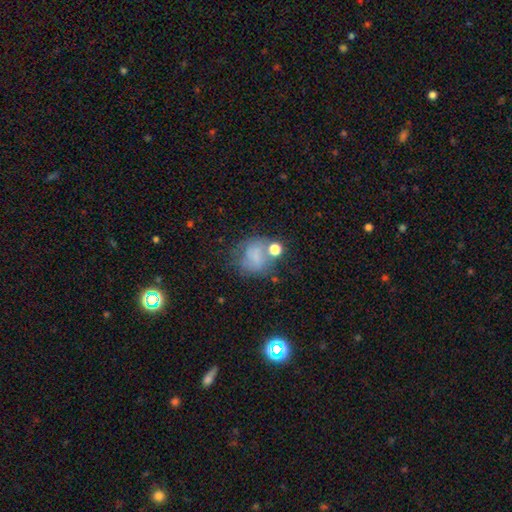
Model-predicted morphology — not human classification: smooth-or-featured: smooth: 62% | featured or disk: 23% | star or artifact: 15%
  how-rounded: round: 67% | in between: 32% | cigar-shaped: 1%
  merging: none: 42% | minor disturbance: 21% | major disturbance: 20% | merger: 17%